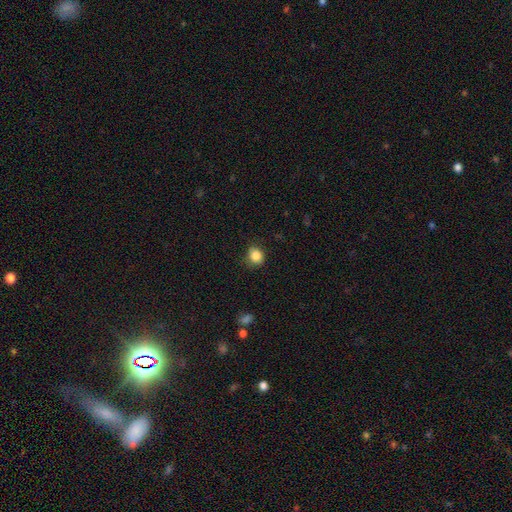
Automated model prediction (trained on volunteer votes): A smooth galaxy with no disk features (85%) that is round (74%).

Vote fractions:
- Smooth or featured? smooth: 85% / star or artifact: 10% / featured or disk: 5%
- How rounded? round: 74% / in between: 26% / cigar-shaped: 1%
- Merging? none: 81% / minor disturbance: 15% / major disturbance: 3% / merger: 1%